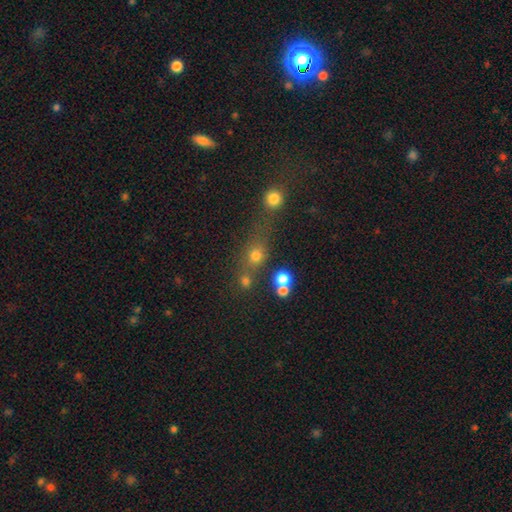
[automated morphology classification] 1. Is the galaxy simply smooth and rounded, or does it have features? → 68% smooth, 21% star or artifact, 12% featured or disk.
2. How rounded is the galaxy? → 76% round, 20% in between, 4% cigar-shaped.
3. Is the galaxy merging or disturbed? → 56% none, 25% merger, 12% minor disturbance, 7% major disturbance.